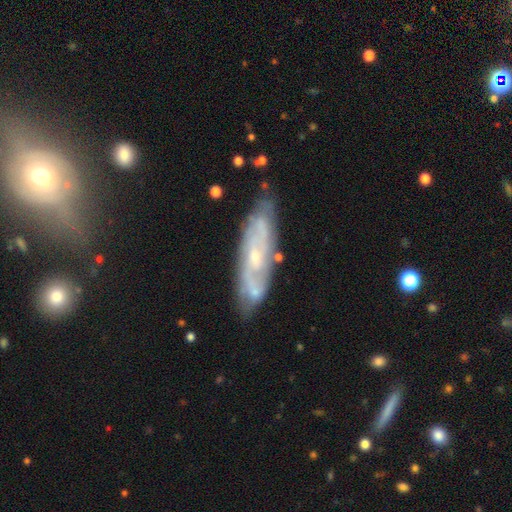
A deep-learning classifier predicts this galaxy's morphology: Overall: featured or disk (77%). Edge-on disk: no (78%). Bar: no (64%; weak 30%). Spiral arms: yes (88%). Spiral arm count: can't tell (43%; 2 38%). Spiral winding: tight (50%; medium 38%). Bulge size: small (69%). Merging: none (75%).